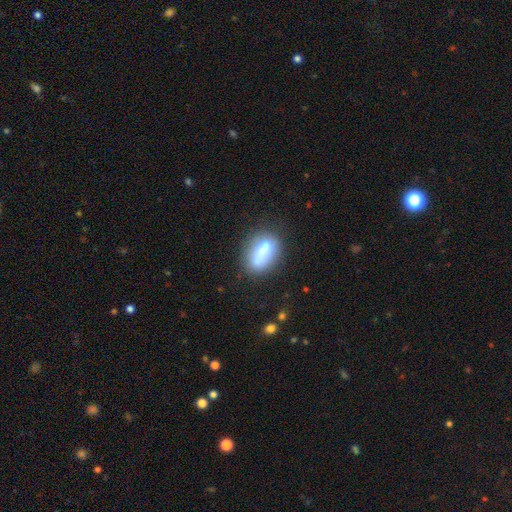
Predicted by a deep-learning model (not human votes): Smooth or featured: smooth — 70% (featured or disk — 20%)
How rounded: in between — 81% (round — 12%)
Merging: none — 60% (minor disturbance — 19%)